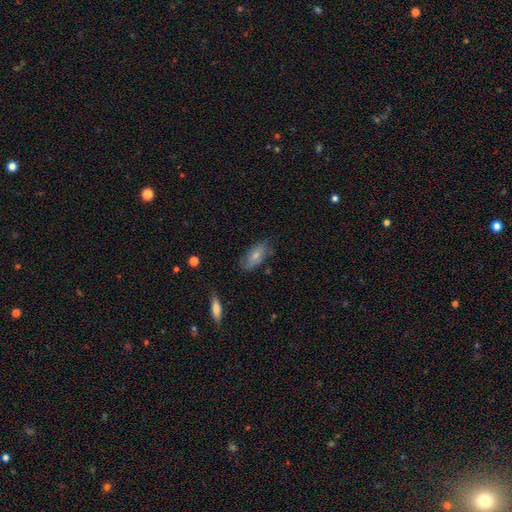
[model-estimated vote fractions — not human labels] Overall: smooth (70%). How rounded: in between (87%). Merging: none (70%).